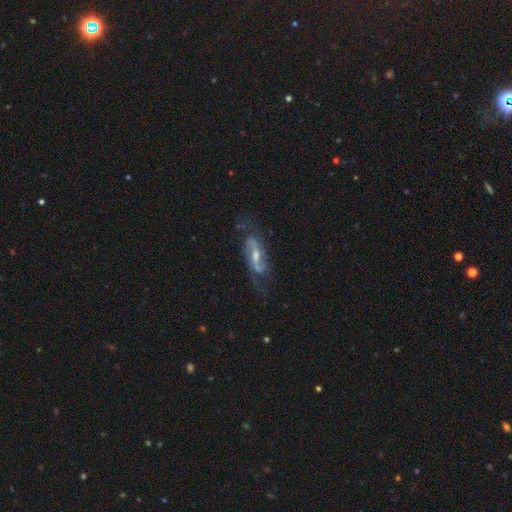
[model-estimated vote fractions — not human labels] This appears to be a featured or disk galaxy (83%) with a weak bar (47%), 2 (85%) loose (46%) spiral arms (91%) and a moderate central bulge (52%). Merging: none (66%).